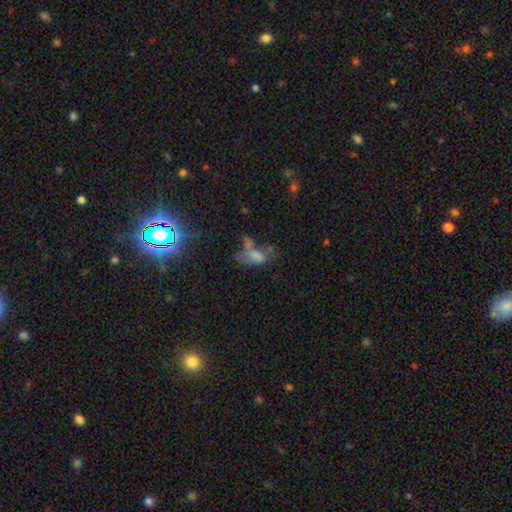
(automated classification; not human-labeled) This is possibly a smooth galaxy (59%). How rounded: clearly in between (86%). Merging: marginally merger (33%).